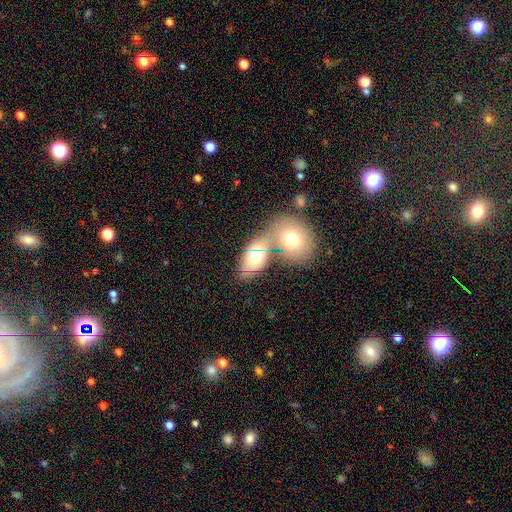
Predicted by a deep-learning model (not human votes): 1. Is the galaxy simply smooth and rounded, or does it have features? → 66% smooth, 25% featured or disk, 9% star or artifact.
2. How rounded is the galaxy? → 77% in between, 20% round, 3% cigar-shaped.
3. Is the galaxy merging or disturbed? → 53% merger, 32% none, 10% minor disturbance, 6% major disturbance.